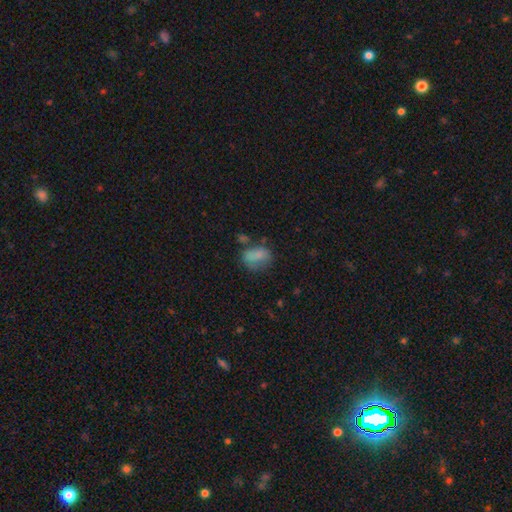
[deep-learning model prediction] smooth 72%, featured or disk 16%, star or artifact 11%. Down the decision tree: how rounded — in between (73%); merging — none (42%).